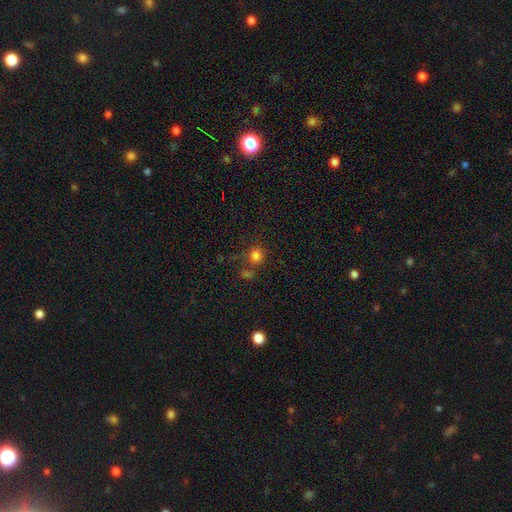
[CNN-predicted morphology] smooth-or-featured: smooth: 78% | star or artifact: 16% | featured or disk: 6%
  how-rounded: round: 82% | in between: 17% | cigar-shaped: 1%
  merging: none: 62% | merger: 19% | minor disturbance: 12% | major disturbance: 6%